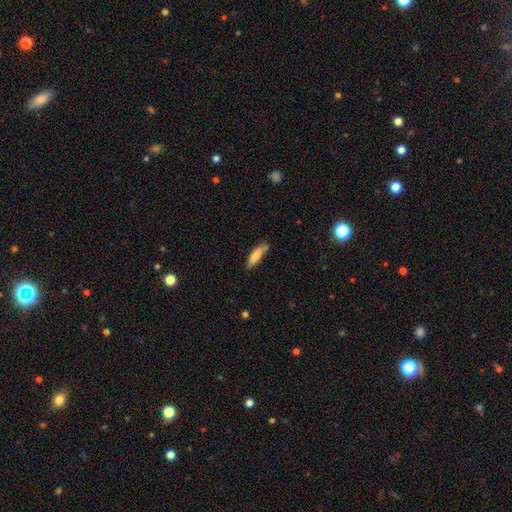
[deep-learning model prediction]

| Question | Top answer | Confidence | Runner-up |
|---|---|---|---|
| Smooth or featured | smooth | 81% | featured or disk (12%) |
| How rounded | cigar-shaped | 53% | in between (45%) |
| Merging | none | 66% | minor disturbance (24%) |